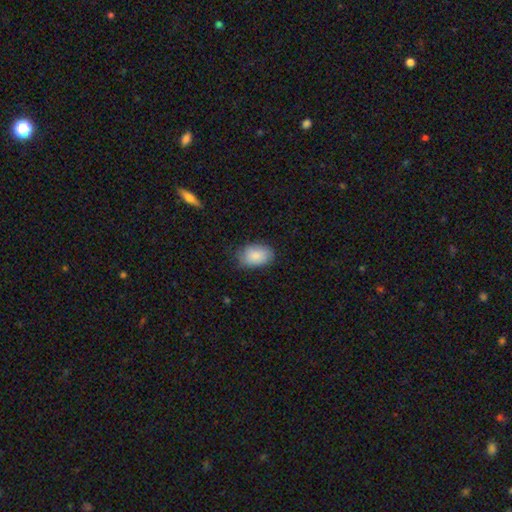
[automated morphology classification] Overall: smooth (86%). How rounded: in between (89%). Merging: none (71%).